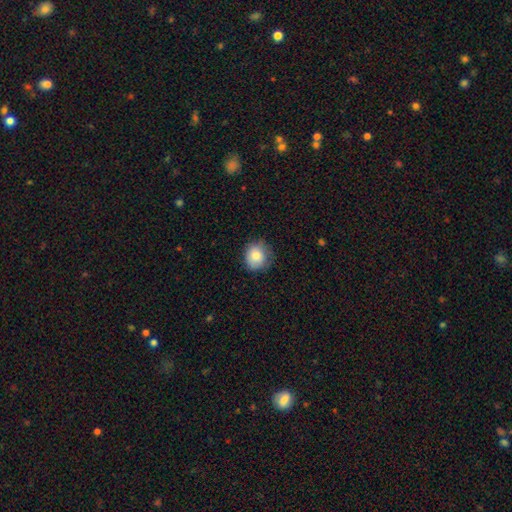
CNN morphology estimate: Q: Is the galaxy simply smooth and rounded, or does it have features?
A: smooth — 83%.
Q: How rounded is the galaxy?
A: round — 80%.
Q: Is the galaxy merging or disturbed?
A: none — 75%.